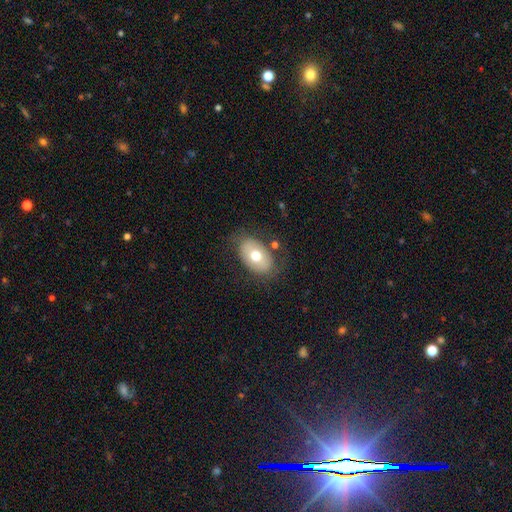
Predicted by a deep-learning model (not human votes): This is likely a smooth galaxy (65%). How rounded: clearly in between (87%). Merging: likely none (76%).